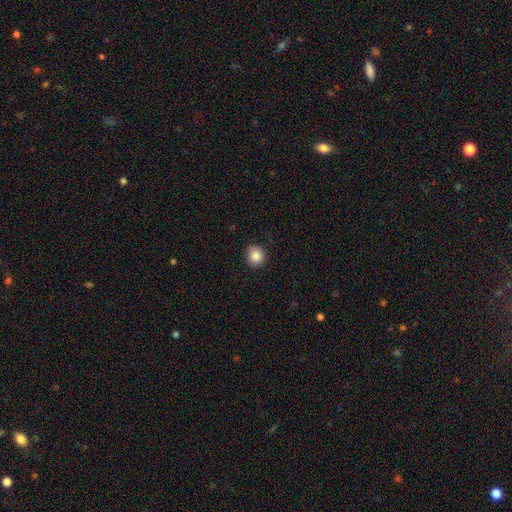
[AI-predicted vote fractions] Morphology: type=smooth (86%); roundness=round (84%); merging=none (89%).